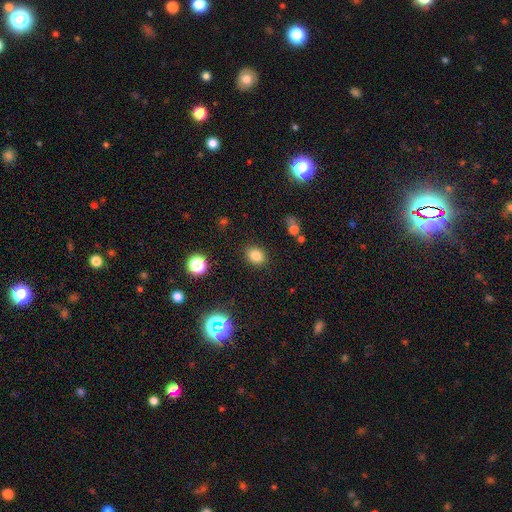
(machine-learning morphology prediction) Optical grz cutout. It shows a smooth galaxy with no disk features (81%) that is in between round and cigar-shaped (55%). Merging: none (87%).